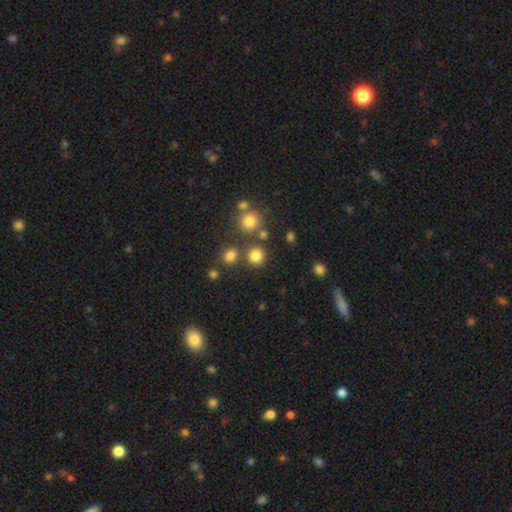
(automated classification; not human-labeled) This is likely a smooth galaxy (80%). How rounded: clearly round (90%). Merging: likely none (77%).